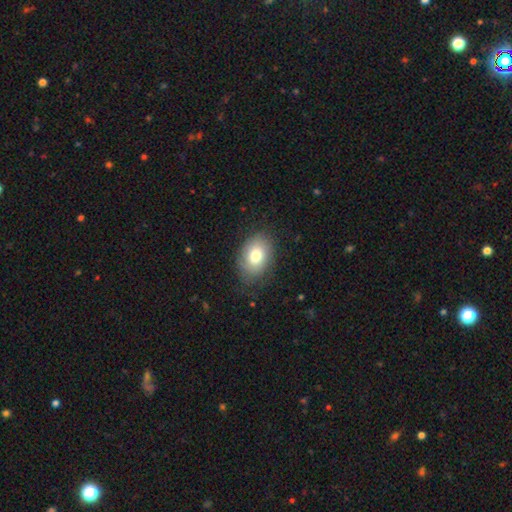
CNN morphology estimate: Smooth or featured: smooth — 75% (featured or disk — 17%)
How rounded: in between — 76% (round — 23%)
Merging: none — 76% (minor disturbance — 17%)